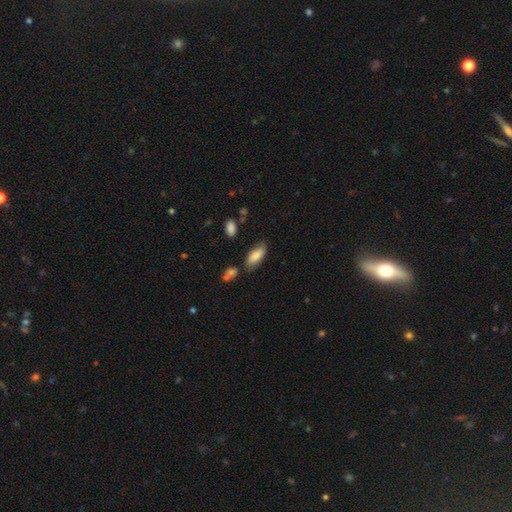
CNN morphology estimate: Smooth or featured? Predicted: smooth (p=0.79). How rounded? Predicted: in between (p=0.82). Merging? Predicted: none (p=0.69).